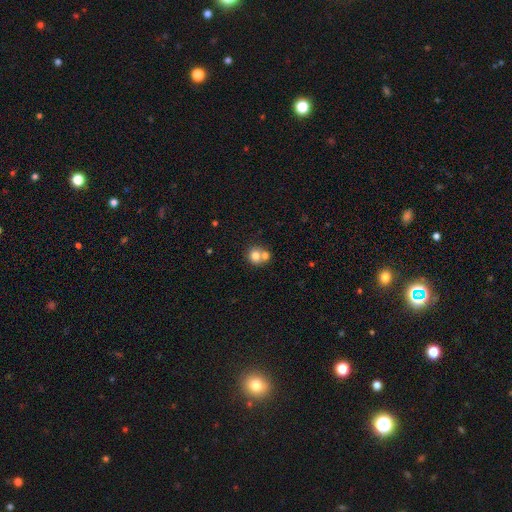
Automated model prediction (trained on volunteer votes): Smooth or featured: smooth — 73% (featured or disk — 17%)
How rounded: round — 81% (in between — 18%)
Merging: merger — 53% (none — 38%)